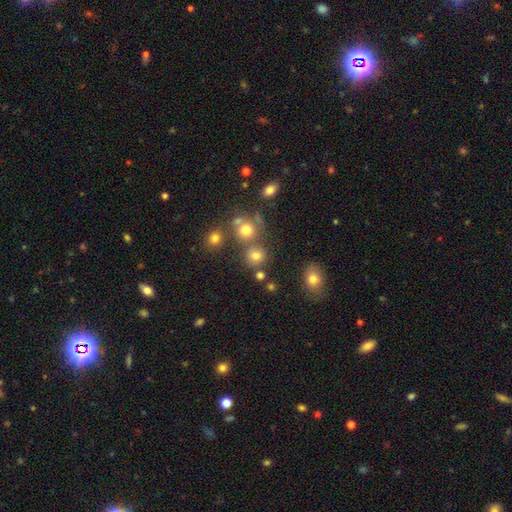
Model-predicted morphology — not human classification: This appears to be a smooth galaxy with no disk features (75%) that is round (87%). Merging: none (69%).